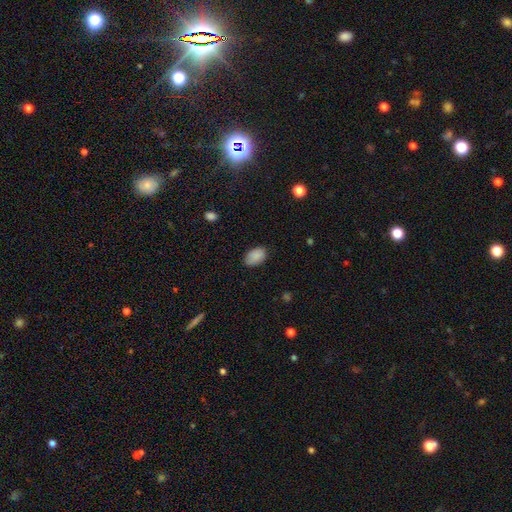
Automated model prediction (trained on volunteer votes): A smooth galaxy with no disk features (89%) that is in between round and cigar-shaped (90%). Merging: none (81%).